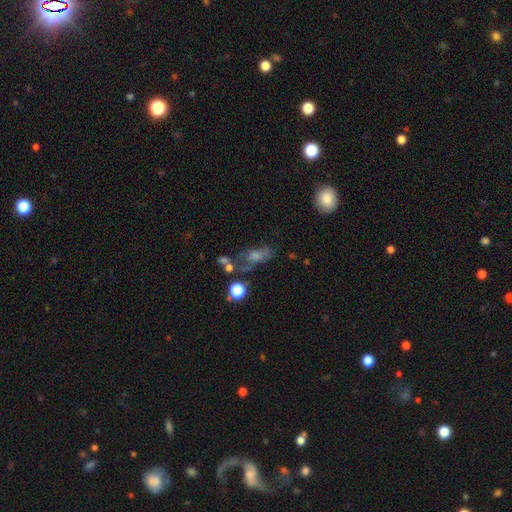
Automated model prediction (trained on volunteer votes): A smooth galaxy with no disk features (40%).

Vote fractions:
- Smooth or featured? smooth: 40% / featured or disk: 36% / star or artifact: 24%
- Merging? none: 50% / minor disturbance: 21% / major disturbance: 18% / merger: 12%